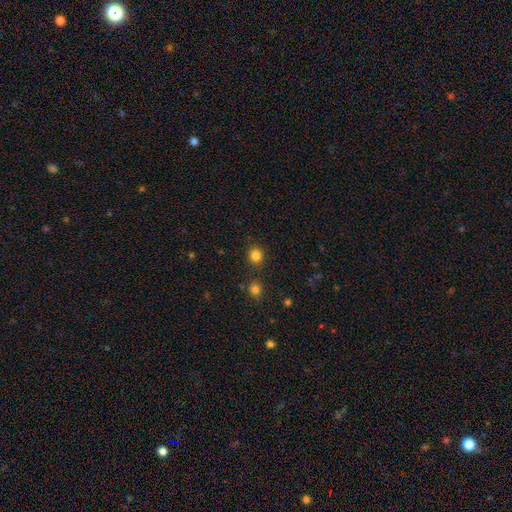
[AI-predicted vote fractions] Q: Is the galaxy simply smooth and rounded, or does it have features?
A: smooth — 83%.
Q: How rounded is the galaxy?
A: round — 88%.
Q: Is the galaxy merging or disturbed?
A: none — 87%.